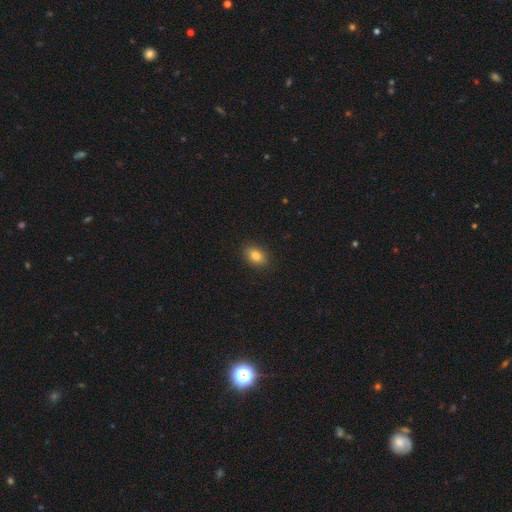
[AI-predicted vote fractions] Smooth or featured?
  - smooth: 84% *
  - star or artifact: 9%
  - featured or disk: 7%
How rounded?
  - in between: 83% *
  - round: 15%
  - cigar-shaped: 2%
Merging?
  - none: 89% *
  - minor disturbance: 8%
  - major disturbance: 2%
  - merger: 1%